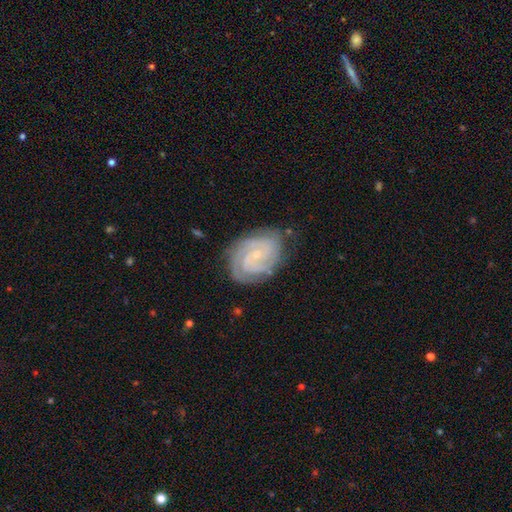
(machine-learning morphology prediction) Overall: featured or disk (87%). Edge-on disk: no (97%). Bar: no (61%; weak 32%). Spiral arms: yes (98%). Spiral arm count: 2 (30%; 3 28%). Spiral winding: tight (73%). Bulge size: small (82%). Merging: none (76%).